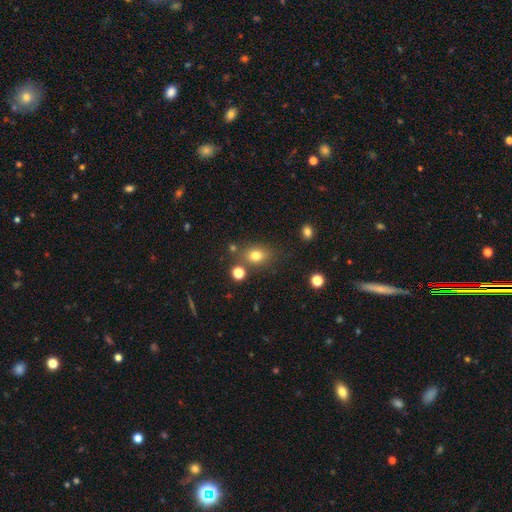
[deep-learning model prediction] smooth_or_featured: smooth (p=0.76) [alt: star or artifact p=0.14]
how_rounded: in between (p=0.56) [alt: round p=0.43]
merging: none (p=0.72) [alt: minor disturbance p=0.14]